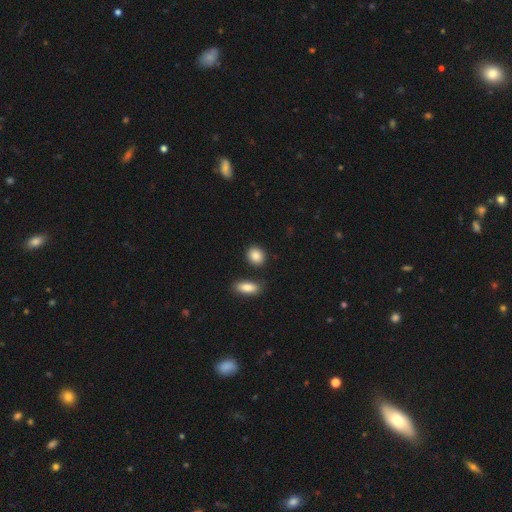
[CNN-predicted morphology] Smooth or featured?
  - smooth: 88% *
  - star or artifact: 7%
  - featured or disk: 5%
How rounded?
  - round: 54% *
  - in between: 44%
  - cigar-shaped: 3%
Merging?
  - none: 83% *
  - minor disturbance: 9%
  - merger: 5%
  - major disturbance: 2%